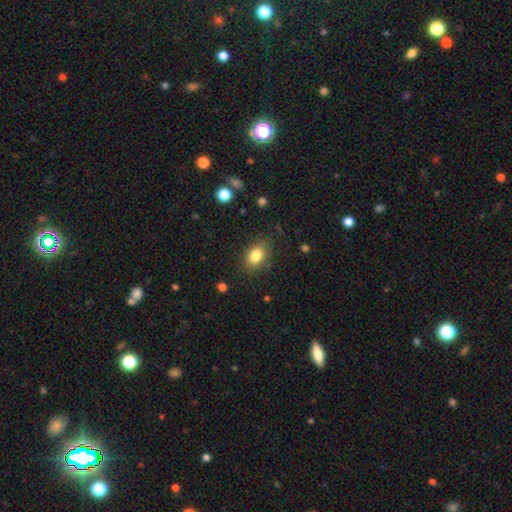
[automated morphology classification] type=smooth (83%); roundness=in between (80%); merging=none (81%).